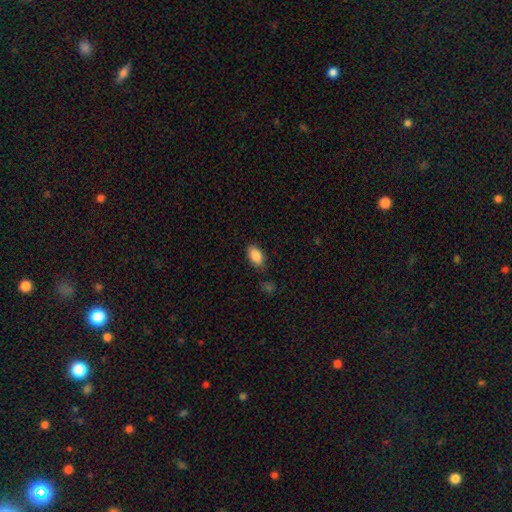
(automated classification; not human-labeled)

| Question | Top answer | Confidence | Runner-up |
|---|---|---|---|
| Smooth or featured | smooth | 87% | star or artifact (7%) |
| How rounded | in between | 93% | round (5%) |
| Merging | none | 81% | minor disturbance (14%) |